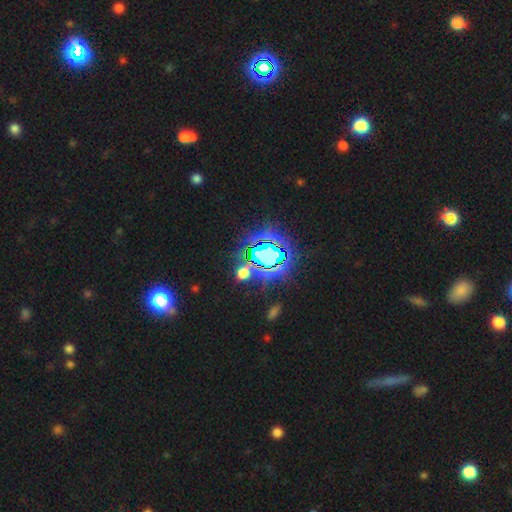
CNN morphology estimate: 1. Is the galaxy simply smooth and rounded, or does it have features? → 82% star or artifact, 11% smooth, 7% featured or disk.